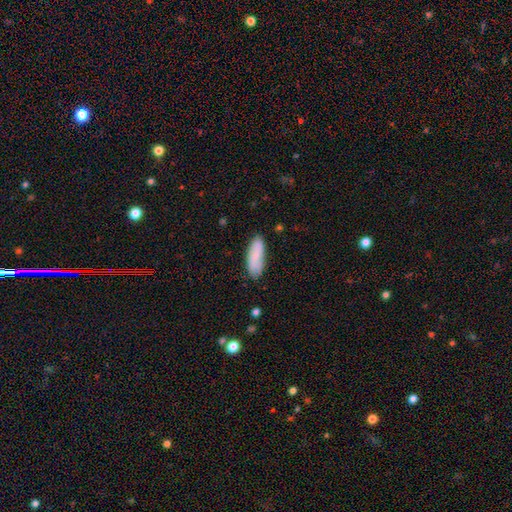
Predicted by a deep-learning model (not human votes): Smooth or featured? smooth (80%)
How rounded? in between (67%)
Merging? none (76%)